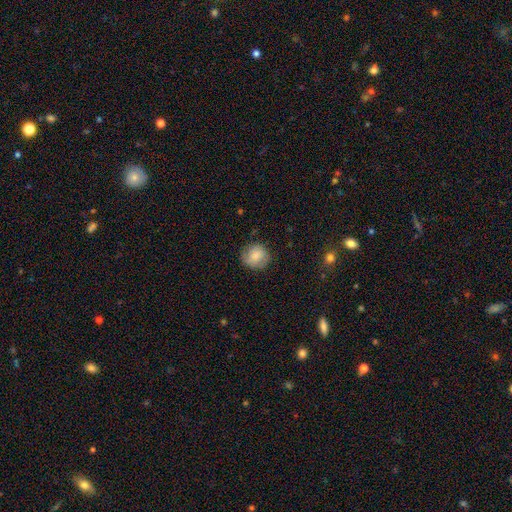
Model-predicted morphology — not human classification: Q: Smooth or featured?
A: smooth (74%); runner-up: featured or disk (18%)
Q: How rounded?
A: round (89%); runner-up: in between (10%)
Q: Merging?
A: none (80%); runner-up: minor disturbance (15%)